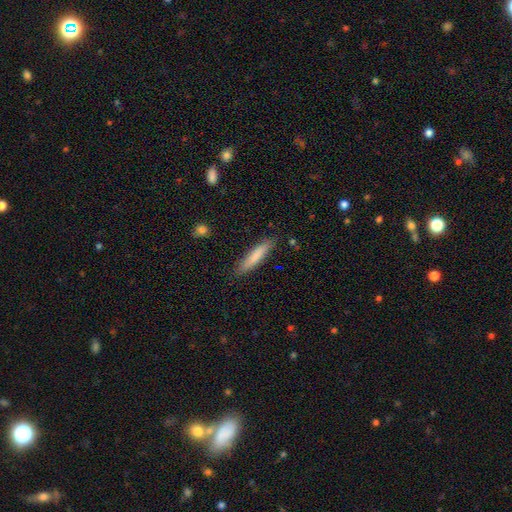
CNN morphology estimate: Q: Smooth or featured?
A: smooth (80%); runner-up: featured or disk (15%)
Q: How rounded?
A: cigar-shaped (88%); runner-up: in between (11%)
Q: Merging?
A: none (87%); runner-up: minor disturbance (10%)